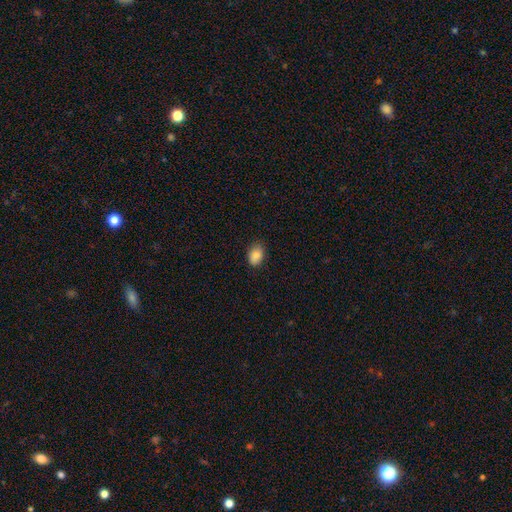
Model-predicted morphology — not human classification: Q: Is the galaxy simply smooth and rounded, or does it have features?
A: smooth — 88%.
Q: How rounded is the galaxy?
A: in between — 78%.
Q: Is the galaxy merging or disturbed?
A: none — 80%.